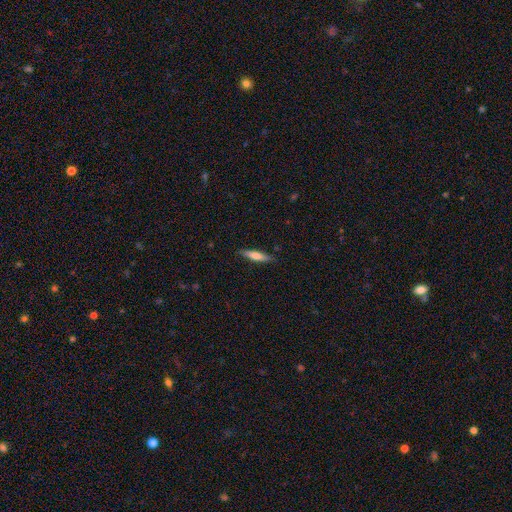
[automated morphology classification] Smooth or featured? Predicted: smooth (p=0.62). How rounded? Predicted: cigar-shaped (p=0.79). Merging? Predicted: none (p=0.86).